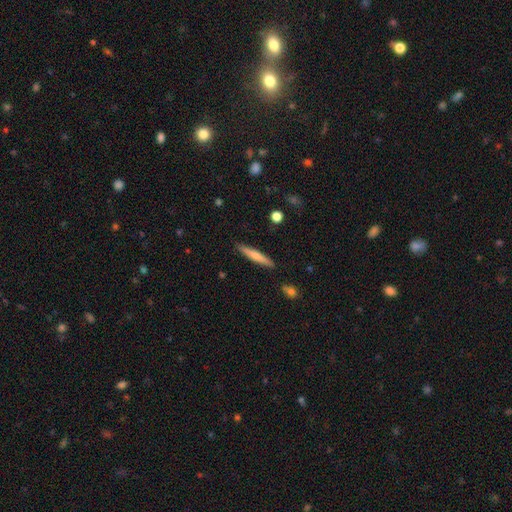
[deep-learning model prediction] Smooth or featured? Predicted: smooth (p=0.63). How rounded? Predicted: cigar-shaped (p=0.93). Merging? Predicted: none (p=0.89).